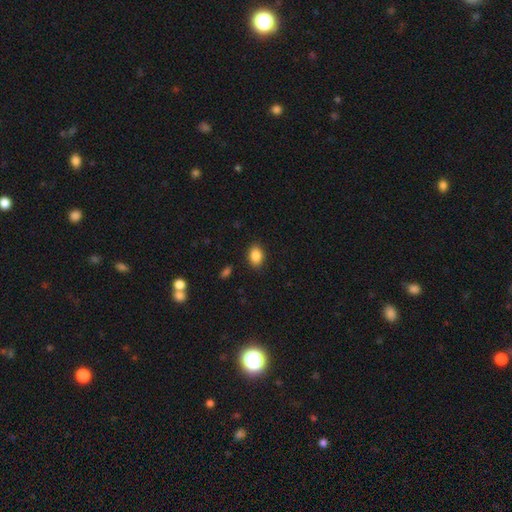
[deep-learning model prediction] Smooth or featured? Predicted: smooth (p=0.86). How rounded? Predicted: in between (p=0.78). Merging? Predicted: none (p=0.88).